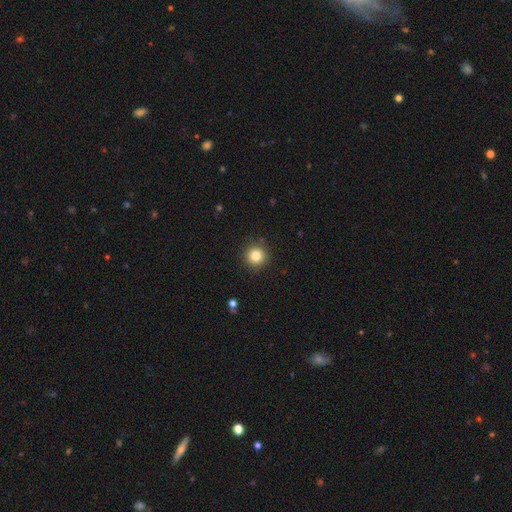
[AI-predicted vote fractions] Smooth or featured?
  - smooth: 83% *
  - star or artifact: 11%
  - featured or disk: 6%
How rounded?
  - round: 95% *
  - in between: 4%
  - cigar-shaped: 1%
Merging?
  - none: 90% *
  - minor disturbance: 6%
  - major disturbance: 2%
  - merger: 1%